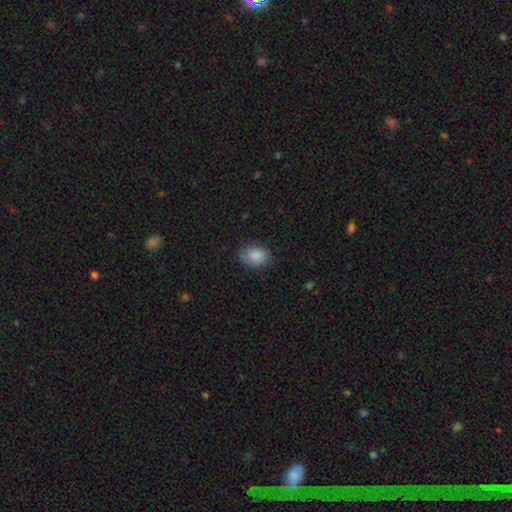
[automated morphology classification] This is clearly a smooth galaxy (86%). How rounded: likely in between (72%). Merging: likely none (74%).